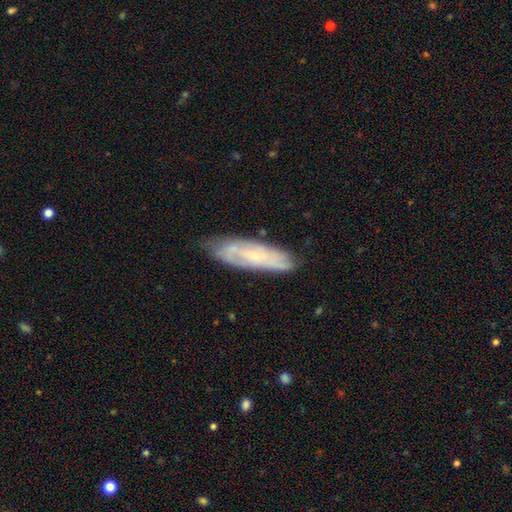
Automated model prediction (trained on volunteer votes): This is possibly a featured or disk galaxy (59%). It is likely not viewed edge-on (73%). Merging: likely none (75%).